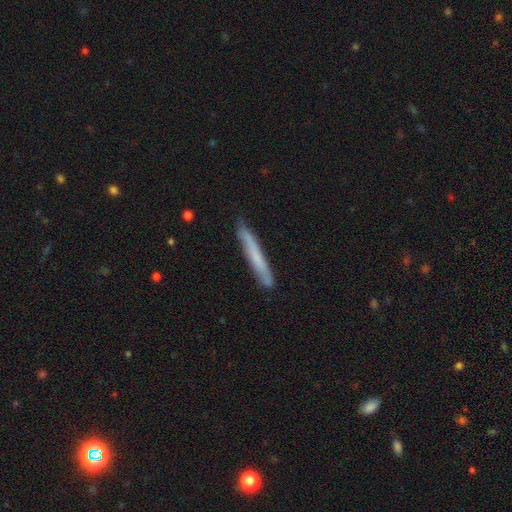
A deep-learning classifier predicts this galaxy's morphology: Smooth or featured: smooth — 61% (featured or disk — 32%)
How rounded: cigar-shaped — 96% (in between — 3%)
Merging: none — 86% (minor disturbance — 11%)